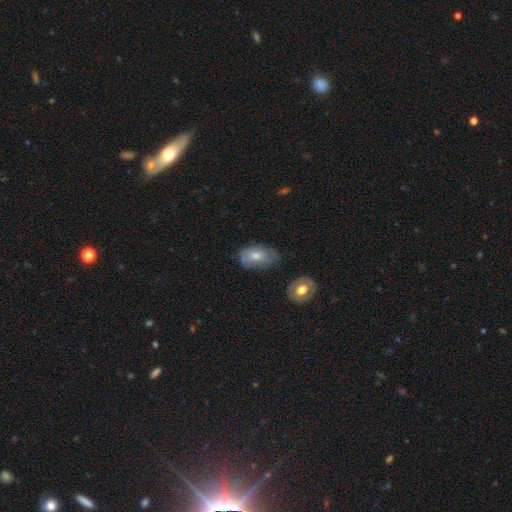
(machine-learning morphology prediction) Smooth or featured? smooth (49%)
Merging? none (61%)